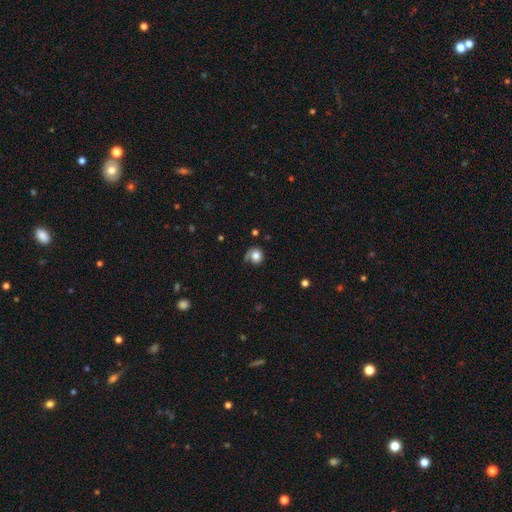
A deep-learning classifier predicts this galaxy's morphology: smooth-or-featured: smooth: 73% | featured or disk: 18% | star or artifact: 9%
  how-rounded: round: 80% | in between: 19% | cigar-shaped: 1%
  merging: none: 56% | minor disturbance: 24% | major disturbance: 16% | merger: 4%